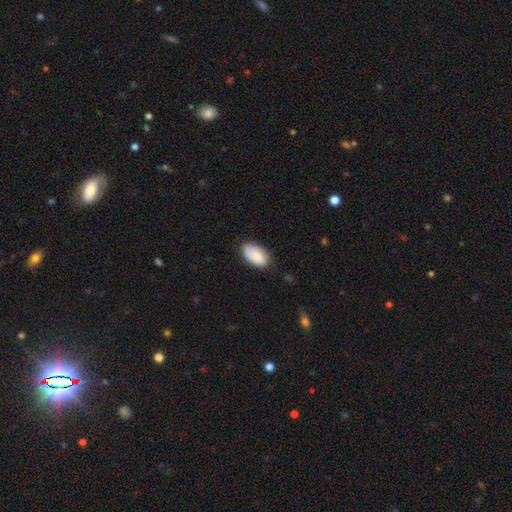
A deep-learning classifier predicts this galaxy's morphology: A smooth galaxy with no disk features (82%) that is in between round and cigar-shaped (94%). Merging: none (71%).